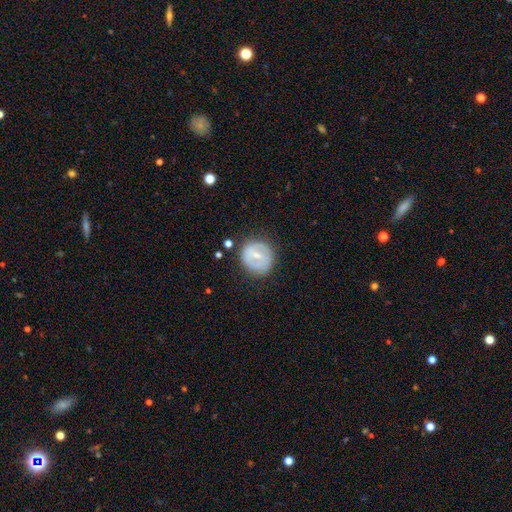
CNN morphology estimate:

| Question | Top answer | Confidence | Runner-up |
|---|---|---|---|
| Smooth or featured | featured or disk | 52% | smooth (41%) |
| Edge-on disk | no | 96% | yes (4%) |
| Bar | weak | 44% | strong (36%) |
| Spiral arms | no | 68% | yes (32%) |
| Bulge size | small | 51% | moderate (39%) |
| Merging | none | 80% | minor disturbance (13%) |